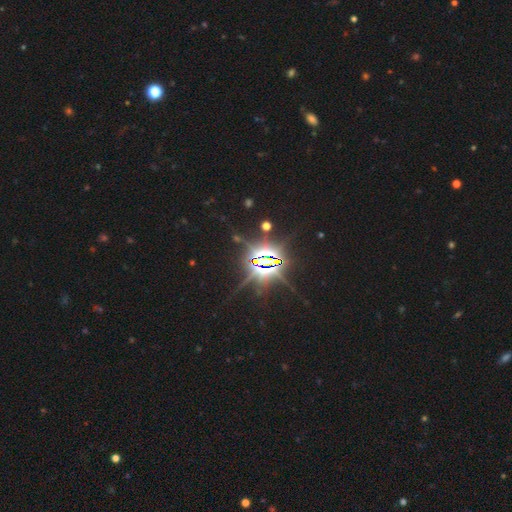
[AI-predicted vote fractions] This appears to be a star or artifact, not a galaxy (87%).